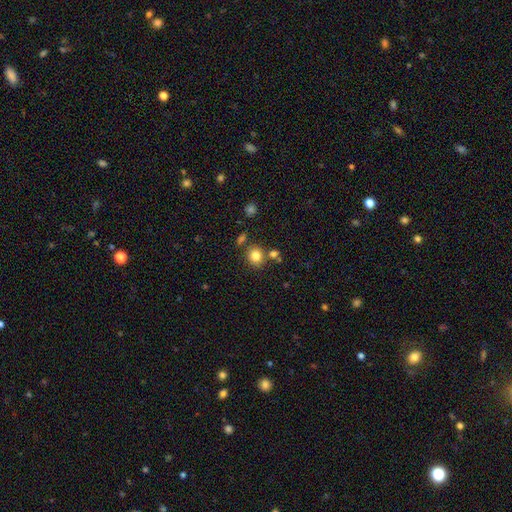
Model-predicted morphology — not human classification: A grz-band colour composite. It shows a smooth galaxy with no disk features (82%) that is round (82%). Merging: none (76%).